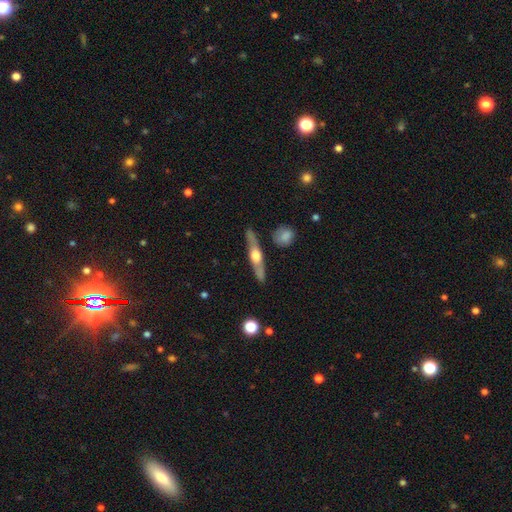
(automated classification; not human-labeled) Smooth or featured?
  - featured or disk: 65% *
  - smooth: 30%
  - star or artifact: 6%
Edge-on disk?
  - yes: 92% *
  - no: 8%
Edge-on bulge?
  - rounded: 91% *
  - boxy: 5%
  - none: 4%
Merging?
  - none: 82% *
  - minor disturbance: 11%
  - merger: 4%
  - major disturbance: 3%